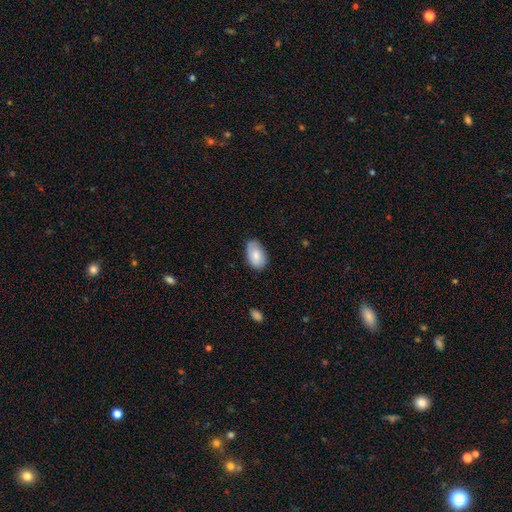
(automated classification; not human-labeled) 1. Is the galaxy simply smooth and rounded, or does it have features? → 79% smooth, 14% featured or disk, 6% star or artifact.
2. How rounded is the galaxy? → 92% in between, 7% round, 1% cigar-shaped.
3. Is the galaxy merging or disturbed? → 68% none, 26% minor disturbance, 4% major disturbance, 2% merger.